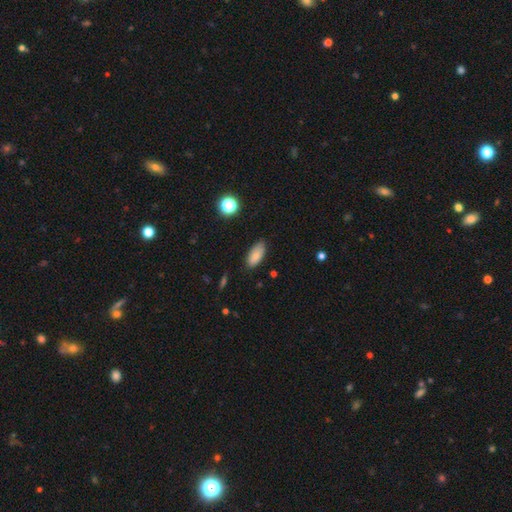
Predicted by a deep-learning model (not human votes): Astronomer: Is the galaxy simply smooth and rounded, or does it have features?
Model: smooth — 82%.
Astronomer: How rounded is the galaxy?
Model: in between — 89%.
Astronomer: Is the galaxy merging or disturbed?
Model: none — 80%.